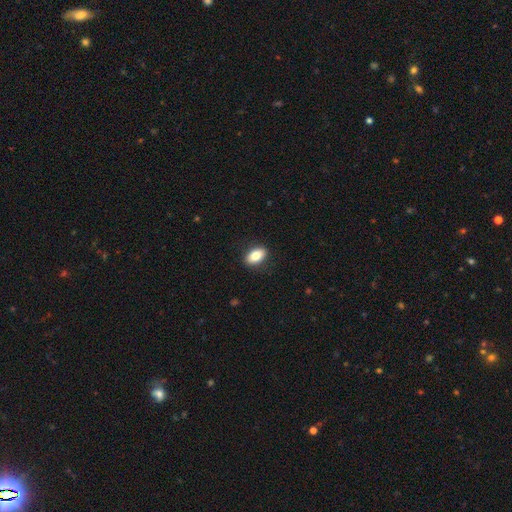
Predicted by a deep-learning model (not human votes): The model was most divided on "smooth or featured": smooth: 81%, featured or disk: 12%, star or artifact: 7%. More confident: how rounded — in between (89%); merging — none (88%).